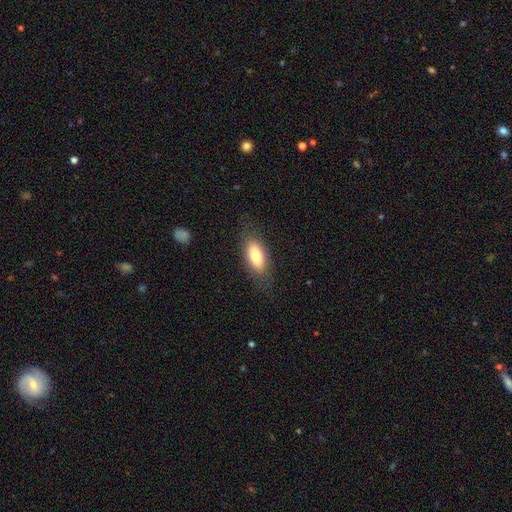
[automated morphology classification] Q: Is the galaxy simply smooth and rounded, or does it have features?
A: smooth — 79%.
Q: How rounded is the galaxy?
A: in between — 83%.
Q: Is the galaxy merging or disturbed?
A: none — 81%.